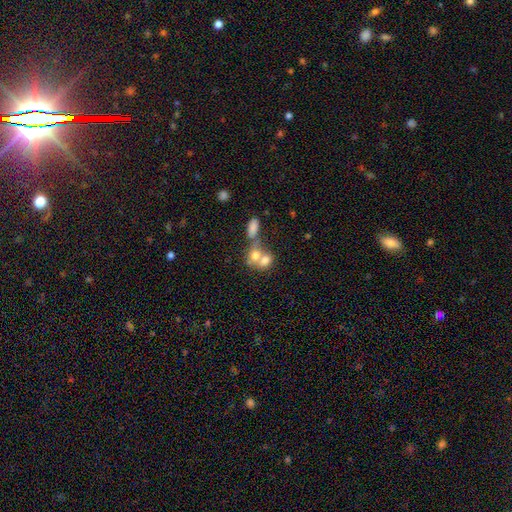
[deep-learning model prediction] Overall: smooth (69%). How rounded: in between (55%; round 43%). Merging: merger (69%).